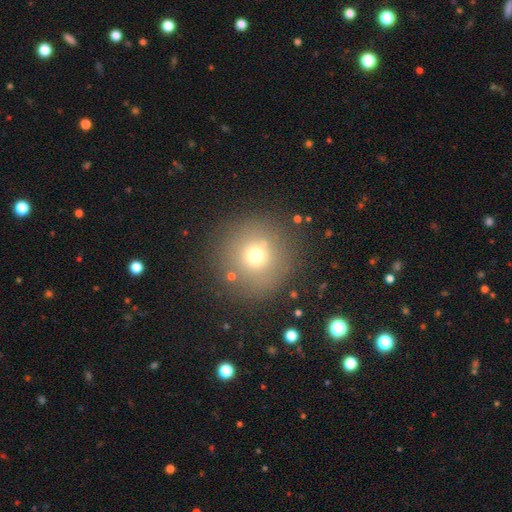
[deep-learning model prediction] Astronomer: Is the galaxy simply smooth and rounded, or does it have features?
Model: smooth — 68%.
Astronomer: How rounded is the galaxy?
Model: round — 95%.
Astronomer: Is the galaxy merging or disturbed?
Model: none — 84%.